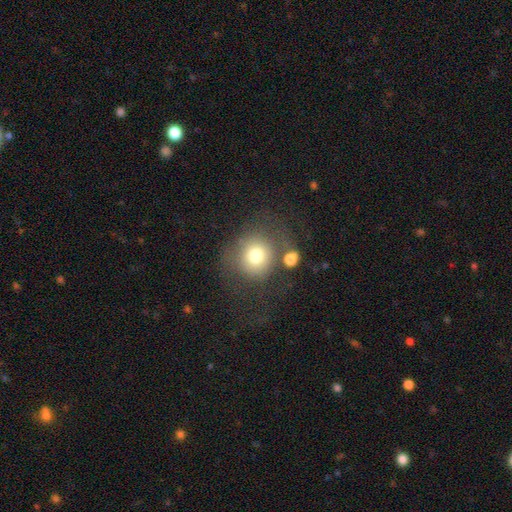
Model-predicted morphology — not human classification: The model was most divided on "merging": none: 61%, minor disturbance: 15%, major disturbance: 12%, merger: 12%. More confident: how rounded — round (84%); smooth or featured — smooth (75%).